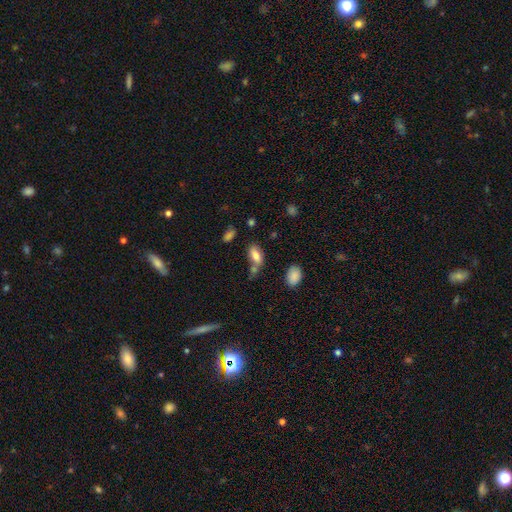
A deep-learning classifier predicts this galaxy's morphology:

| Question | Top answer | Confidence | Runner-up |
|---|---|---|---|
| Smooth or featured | smooth | 81% | featured or disk (11%) |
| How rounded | in between | 90% | cigar-shaped (7%) |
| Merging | none | 48% | merger (27%) |